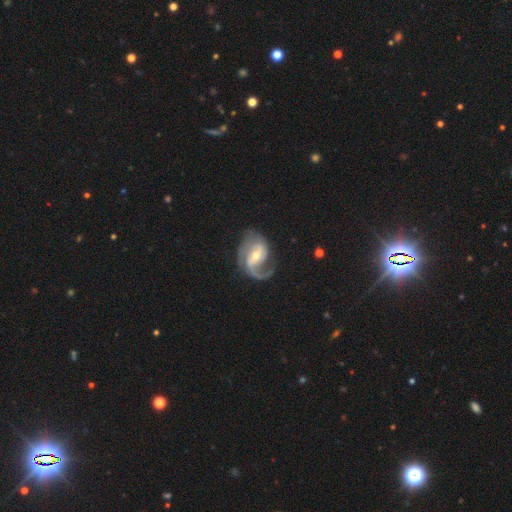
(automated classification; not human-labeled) Overall: featured or disk (89%). Edge-on disk: no (97%). Bar: weak (47%; strong 27%). Spiral arms: yes (96%). Spiral arm count: 2 (60%; 1 28%). Spiral winding: medium (47%; loose 36%). Bulge size: moderate (55%; small 40%). Merging: none (57%; minor disturbance 21%).